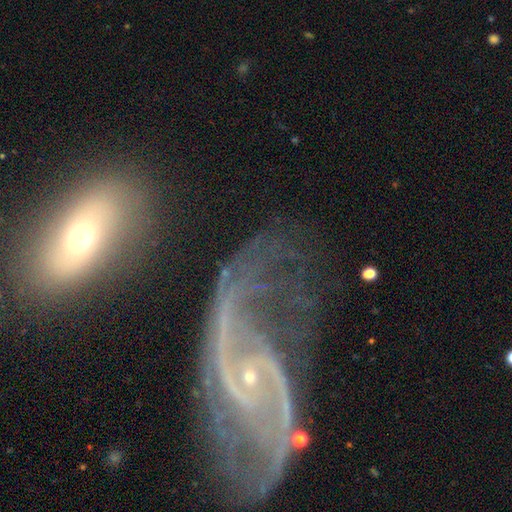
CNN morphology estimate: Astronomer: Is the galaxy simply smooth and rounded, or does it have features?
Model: featured or disk — 82%.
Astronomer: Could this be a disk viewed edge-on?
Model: no — 94%.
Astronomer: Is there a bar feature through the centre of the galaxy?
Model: no — 44% (runner-up: weak, 36%).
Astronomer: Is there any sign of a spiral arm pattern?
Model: yes — 92%.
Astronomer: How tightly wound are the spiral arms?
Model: loose — 55% (runner-up: medium, 33%).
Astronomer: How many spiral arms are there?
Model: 2 — 87%.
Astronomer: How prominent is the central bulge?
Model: small — 81%.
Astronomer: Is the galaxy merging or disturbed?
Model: none — 45% (runner-up: major disturbance, 23%).